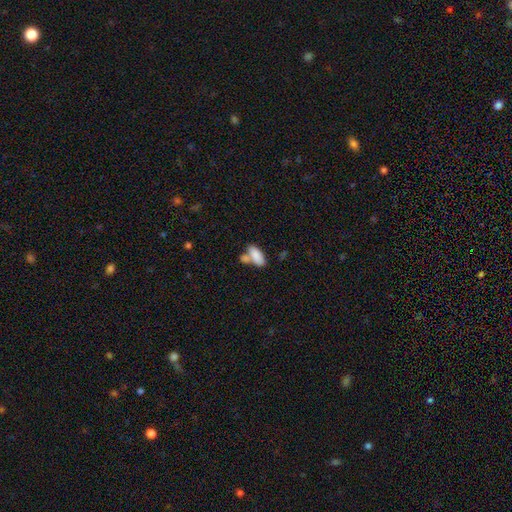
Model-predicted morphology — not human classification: The model was most divided on "merging": merger: 44%, none: 39%, minor disturbance: 12%, major disturbance: 5%. More confident: how rounded — in between (89%); smooth or featured — smooth (83%).